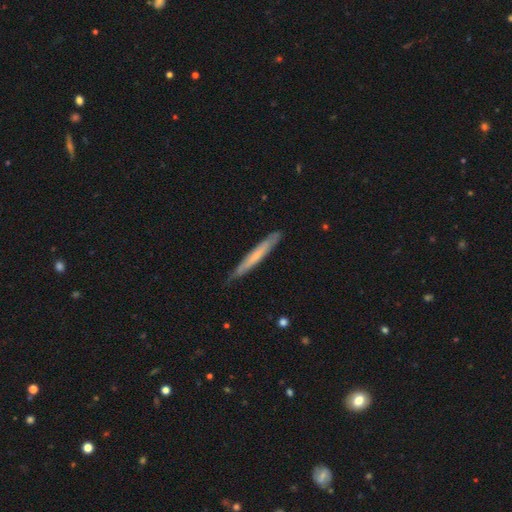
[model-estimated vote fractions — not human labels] Smooth or featured? Predicted: smooth (p=0.54). How rounded? Predicted: cigar-shaped (p=0.96). Merging? Predicted: none (p=0.81).